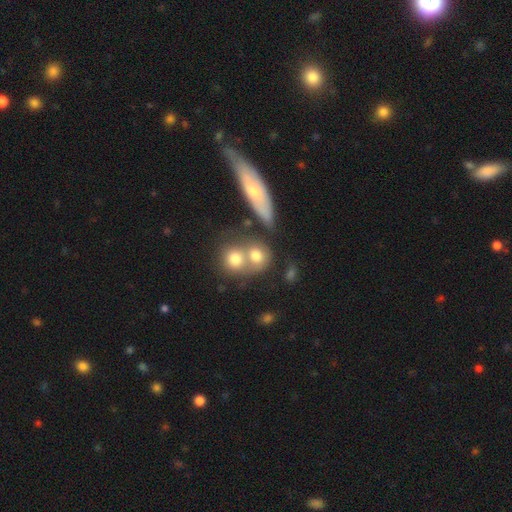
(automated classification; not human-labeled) This appears to be a smooth galaxy with no disk features (70%) that is round (66%). Merging: merger (54%).